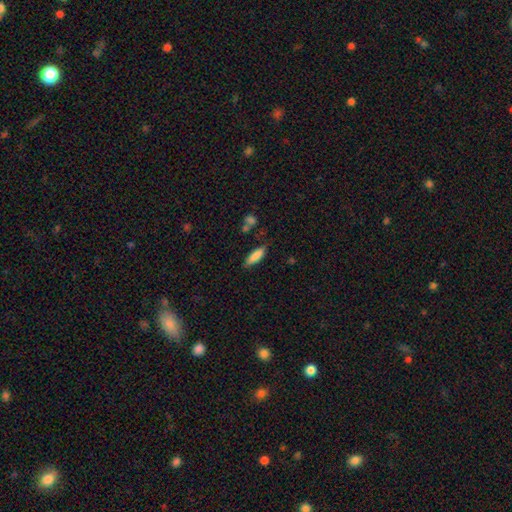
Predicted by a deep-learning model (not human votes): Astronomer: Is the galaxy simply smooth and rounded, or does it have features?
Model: smooth — 84%.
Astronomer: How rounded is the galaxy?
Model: cigar-shaped — 49%, tied with in between at 49%.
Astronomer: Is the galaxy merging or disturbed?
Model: none — 76%.